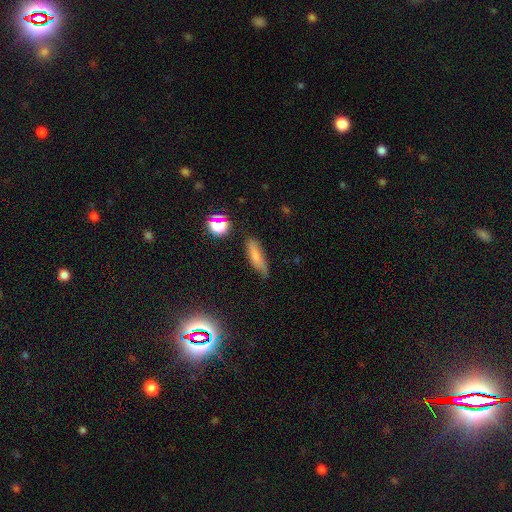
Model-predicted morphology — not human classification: Smooth or featured? smooth (73%)
How rounded? cigar-shaped (60%)
Merging? none (68%)